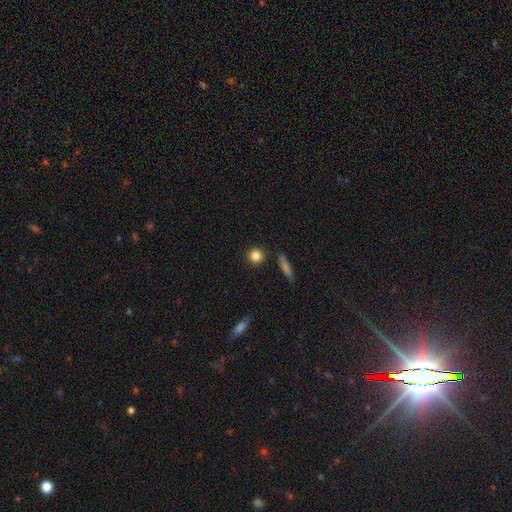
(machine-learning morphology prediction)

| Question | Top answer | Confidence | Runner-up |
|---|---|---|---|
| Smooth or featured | smooth | 84% | star or artifact (10%) |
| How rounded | round | 87% | in between (10%) |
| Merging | none | 88% | minor disturbance (7%) |